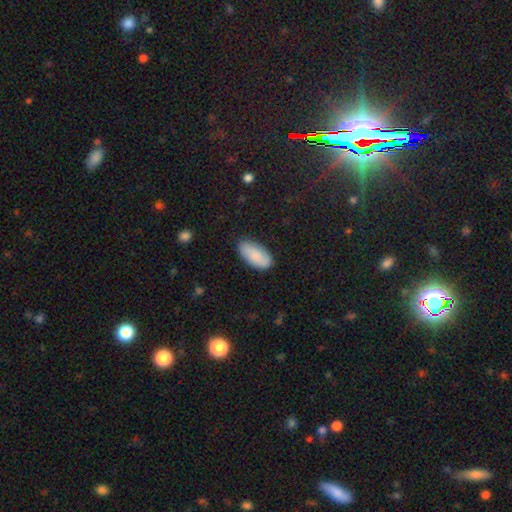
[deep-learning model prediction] smooth_or_featured: smooth (p=0.85) [alt: featured or disk p=0.09]
how_rounded: in between (p=0.92) [alt: cigar-shaped p=0.06]
merging: none (p=0.83) [alt: minor disturbance p=0.14]